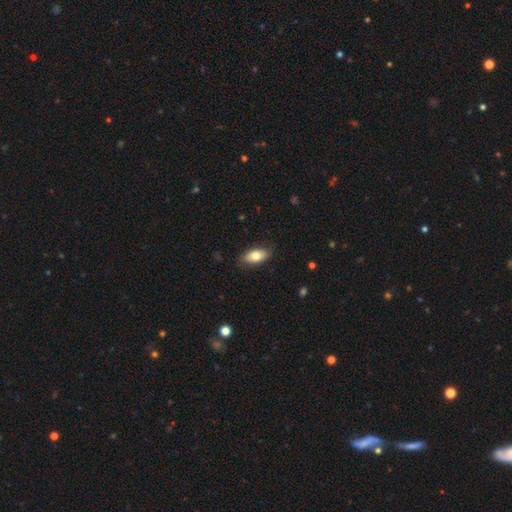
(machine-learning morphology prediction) A smooth galaxy with no disk features (74%) that is in between round and cigar-shaped (89%).

Vote fractions:
- Smooth or featured? smooth: 74% / featured or disk: 20% / star or artifact: 6%
- How rounded? in between: 89% / cigar-shaped: 7% / round: 4%
- Merging? none: 82% / minor disturbance: 14% / major disturbance: 3% / merger: 1%